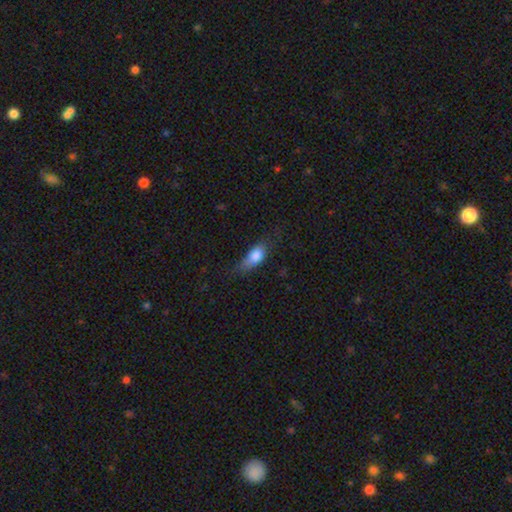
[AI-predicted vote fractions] Smooth or featured? smooth (79%)
How rounded? in between (78%)
Merging? none (45%)